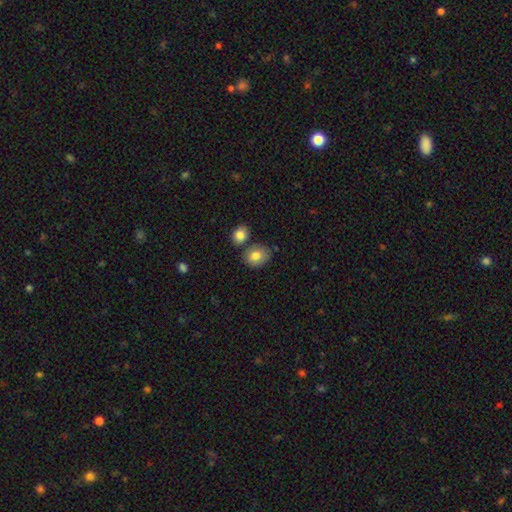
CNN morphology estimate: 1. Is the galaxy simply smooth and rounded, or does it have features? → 81% smooth, 11% featured or disk, 8% star or artifact.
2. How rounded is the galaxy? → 55% in between, 44% round, 1% cigar-shaped.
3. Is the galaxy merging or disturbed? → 67% none, 15% merger, 14% minor disturbance, 3% major disturbance.